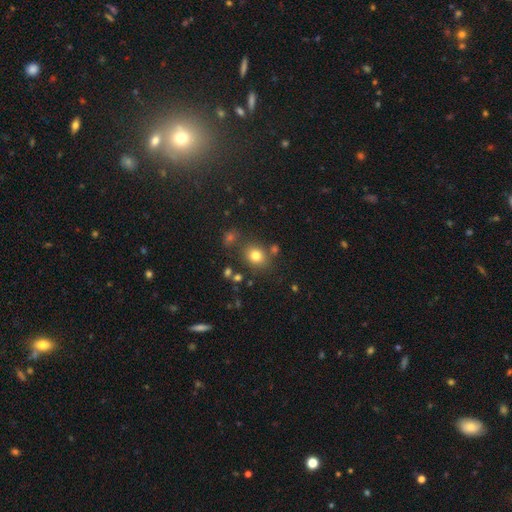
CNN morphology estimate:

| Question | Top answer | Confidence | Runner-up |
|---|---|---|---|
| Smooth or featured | smooth | 78% | star or artifact (14%) |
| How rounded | round | 65% | in between (34%) |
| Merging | none | 76% | minor disturbance (11%) |